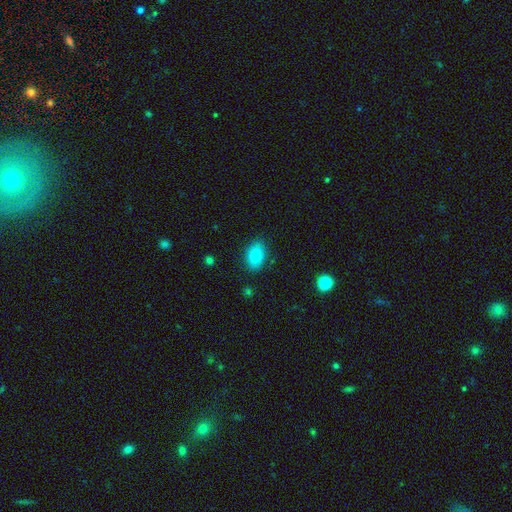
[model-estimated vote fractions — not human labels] A smooth galaxy with no disk features (81%) that is in between round and cigar-shaped (86%). Merging: none (86%).